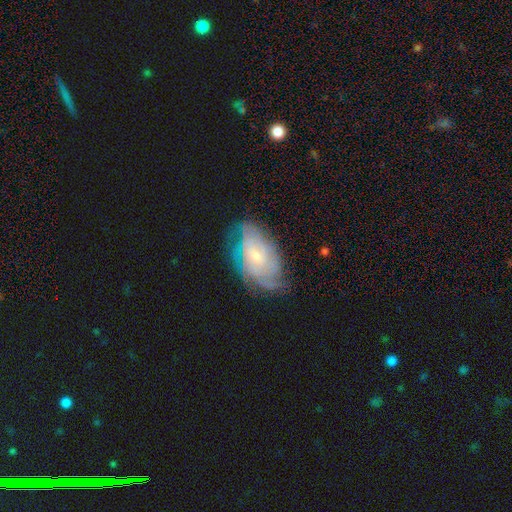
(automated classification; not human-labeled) Smooth or featured?
  - featured or disk: 72% *
  - smooth: 20%
  - star or artifact: 8%
Edge-on disk?
  - no: 94% *
  - yes: 6%
Bar?
  - no: 70% *
  - weak: 26%
  - strong: 4%
Spiral arms?
  - yes: 89% *
  - no: 11%
Spiral winding?
  - tight: 59% *
  - medium: 30%
  - loose: 11%
Spiral arm count?
  - can't tell: 53% *
  - 4: 13%
  - 3: 12%
  - 2: 12%
  - more than 4: 6%
  - 1: 5%
Bulge size?
  - small: 67% *
  - moderate: 26%
  - none: 4%
  - large: 2%
  - dominant: 1%
Merging?
  - none: 65% *
  - minor disturbance: 24%
  - major disturbance: 10%
  - merger: 2%